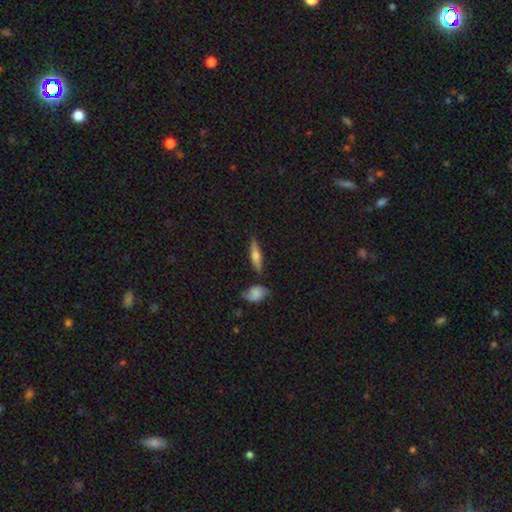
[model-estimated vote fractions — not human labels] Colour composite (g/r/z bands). It shows a smooth galaxy with no disk features (47%). Merging: none (77%).